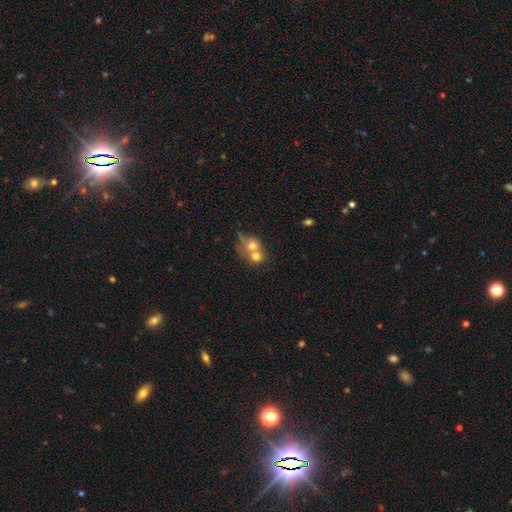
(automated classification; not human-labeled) Smooth or featured?
  - smooth: 68% *
  - featured or disk: 22%
  - star or artifact: 10%
How rounded?
  - round: 73% *
  - in between: 26%
  - cigar-shaped: 1%
Merging?
  - merger: 70% *
  - none: 20%
  - minor disturbance: 6%
  - major disturbance: 5%